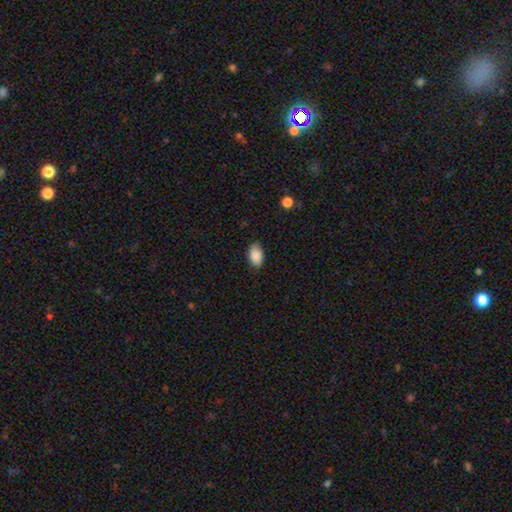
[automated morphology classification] type=smooth (89%); roundness=in between (92%); merging=none (82%).